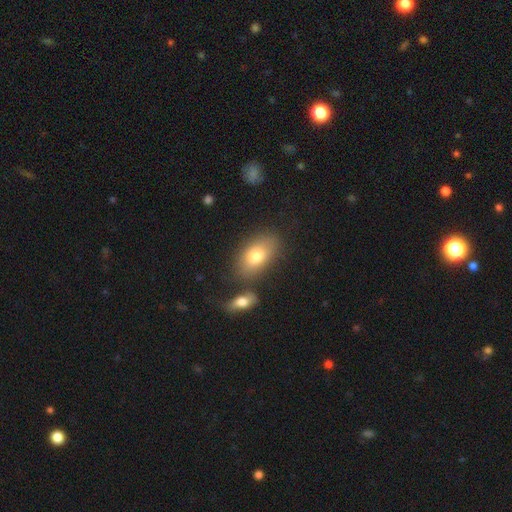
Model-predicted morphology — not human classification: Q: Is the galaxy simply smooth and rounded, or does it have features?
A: smooth — 77%.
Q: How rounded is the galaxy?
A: in between — 90%.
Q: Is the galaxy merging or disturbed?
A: none — 70%.